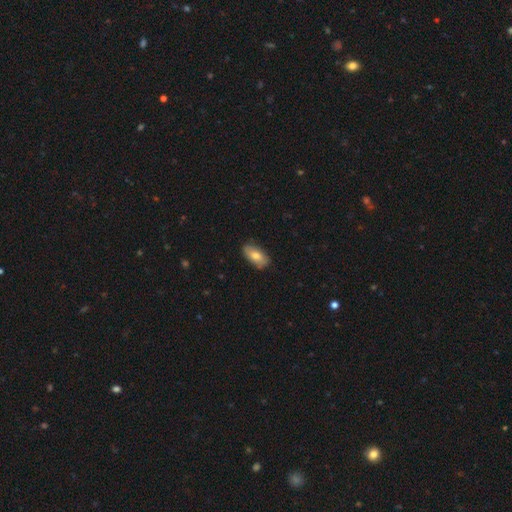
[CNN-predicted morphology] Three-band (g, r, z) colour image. It shows a smooth galaxy with no disk features (75%) that is in between round and cigar-shaped (91%). Merging: none (83%).